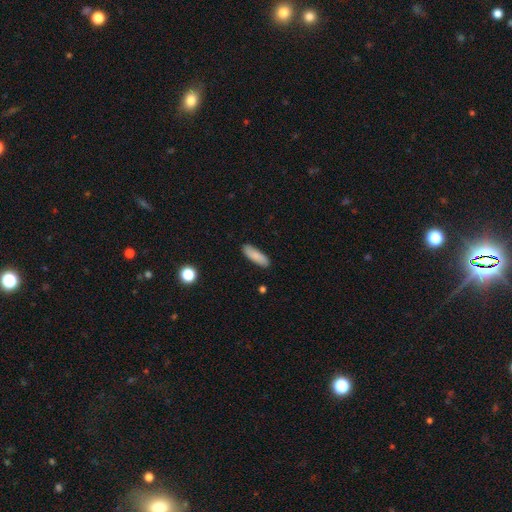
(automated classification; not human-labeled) A smooth galaxy with no disk features (86%) that is in between round and cigar-shaped (56%).

Vote fractions:
- Smooth or featured? smooth: 86% / featured or disk: 8% / star or artifact: 7%
- How rounded? in between: 56% / cigar-shaped: 42% / round: 2%
- Merging? none: 89% / minor disturbance: 8% / major disturbance: 2% / merger: 1%